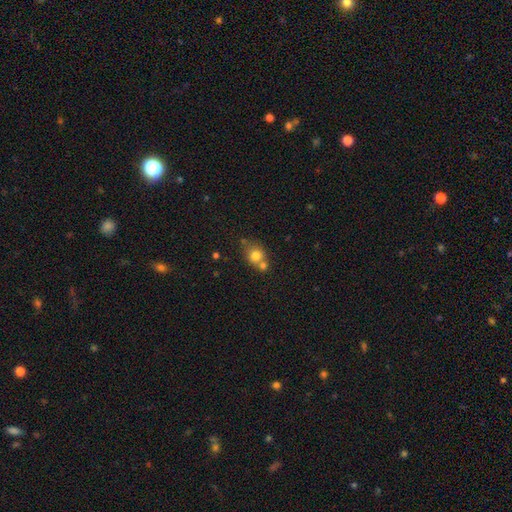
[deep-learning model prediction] Smooth or featured: smooth — 77% (featured or disk — 12%)
How rounded: round — 74% (in between — 25%)
Merging: none — 46% (merger — 41%)